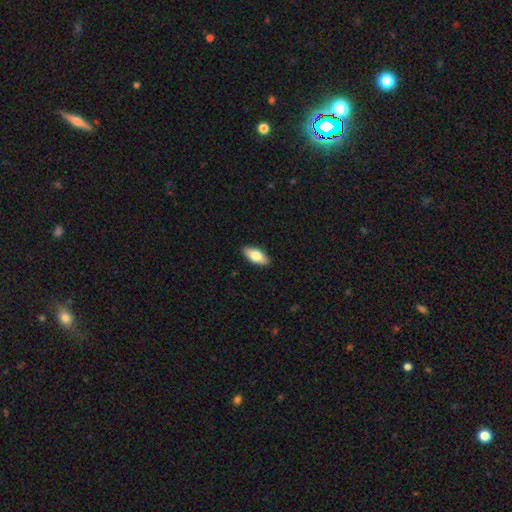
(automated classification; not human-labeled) Smooth or featured? smooth (77%)
How rounded? in between (87%)
Merging? none (90%)